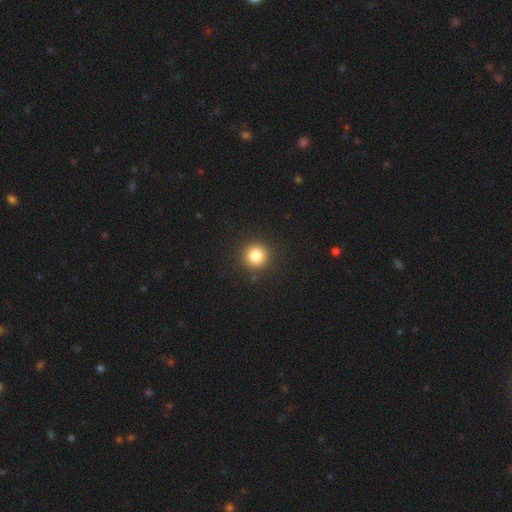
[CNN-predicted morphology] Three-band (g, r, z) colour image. It shows a smooth galaxy with no disk features (83%) that is round (95%). Merging: none (91%).